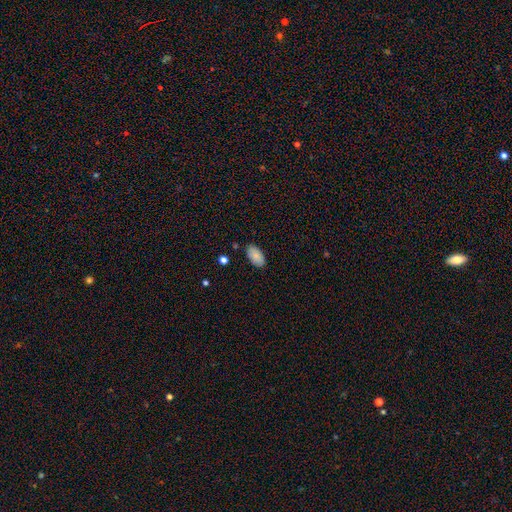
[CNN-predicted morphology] smooth 86%, featured or disk 7%, star or artifact 7%. Down the decision tree: how rounded — in between (95%); merging — none (86%).